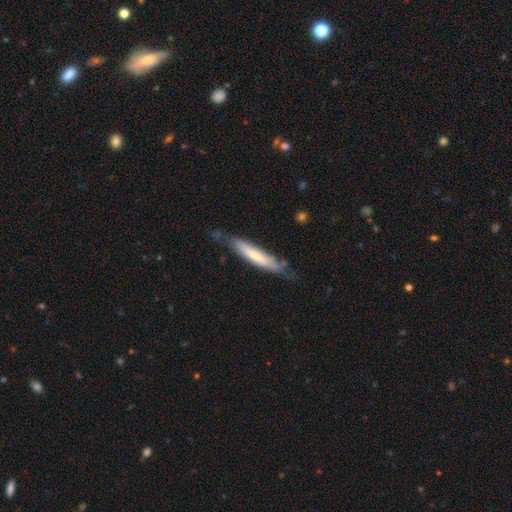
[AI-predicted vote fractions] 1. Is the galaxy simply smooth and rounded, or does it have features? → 55% smooth, 39% featured or disk, 5% star or artifact.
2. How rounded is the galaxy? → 88% cigar-shaped, 10% in between, 1% round.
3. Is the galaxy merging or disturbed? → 63% none, 26% minor disturbance, 7% major disturbance, 3% merger.